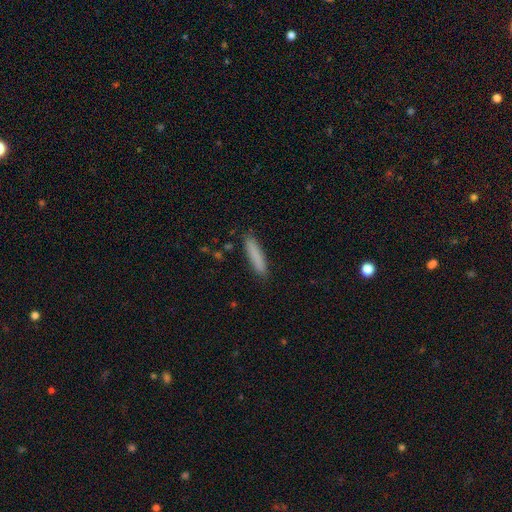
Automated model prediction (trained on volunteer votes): Morphology: type=smooth (84%); roundness=cigar-shaped (88%); merging=none (88%).